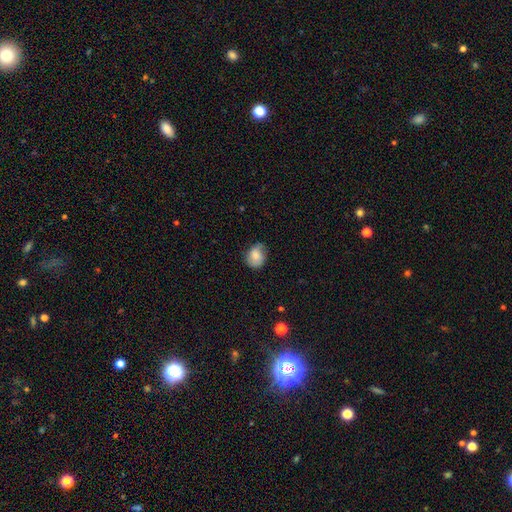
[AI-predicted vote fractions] A smooth galaxy with no disk features (78%) that is in between round and cigar-shaped (52%).

Vote fractions:
- Smooth or featured? smooth: 78% / featured or disk: 13% / star or artifact: 8%
- How rounded? in between: 52% / round: 47% / cigar-shaped: 1%
- Merging? none: 64% / minor disturbance: 28% / major disturbance: 7% / merger: 1%